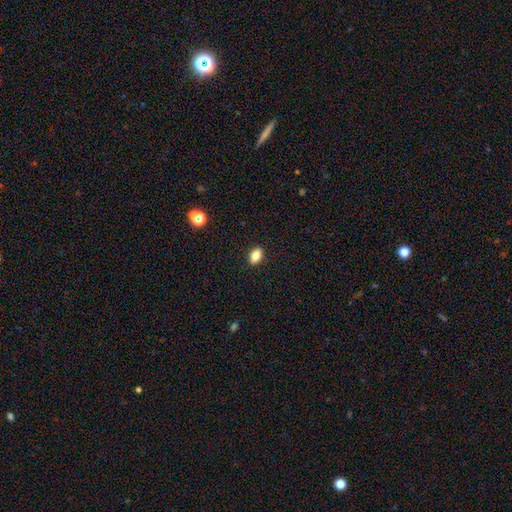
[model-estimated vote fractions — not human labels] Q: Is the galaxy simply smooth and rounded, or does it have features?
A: smooth — 83%.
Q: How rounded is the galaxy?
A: in between — 86%.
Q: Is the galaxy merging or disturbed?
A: none — 90%.